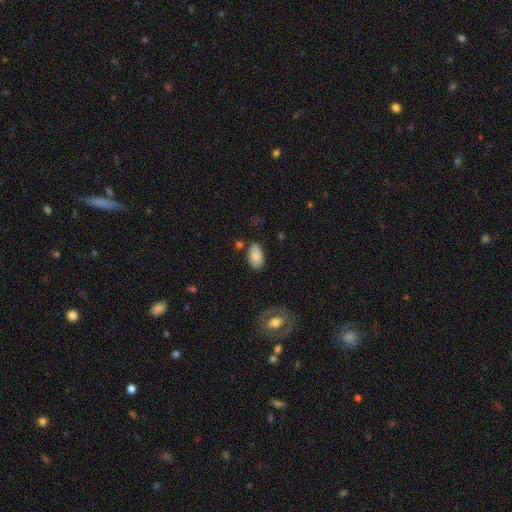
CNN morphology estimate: smooth 82%, featured or disk 11%, star or artifact 7%. Down the decision tree: how rounded — in between (94%); merging — none (75%).